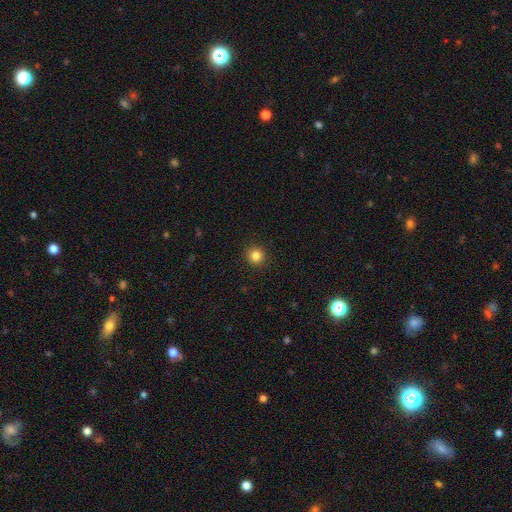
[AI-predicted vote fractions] Overall: smooth (84%). How rounded: round (94%). Merging: none (92%).